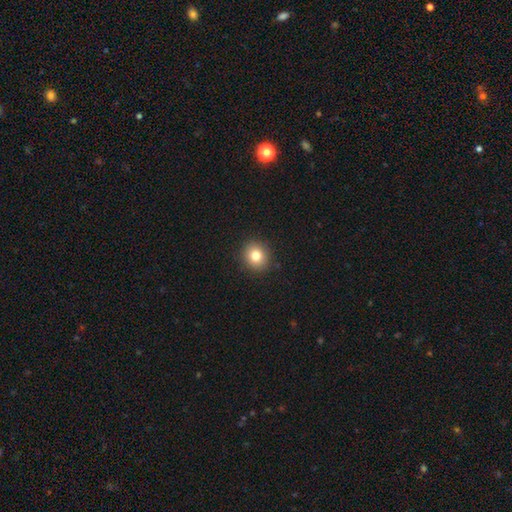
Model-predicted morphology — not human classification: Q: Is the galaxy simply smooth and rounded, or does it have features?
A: smooth — 80%.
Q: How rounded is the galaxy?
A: round — 83%.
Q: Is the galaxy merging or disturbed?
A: none — 91%.